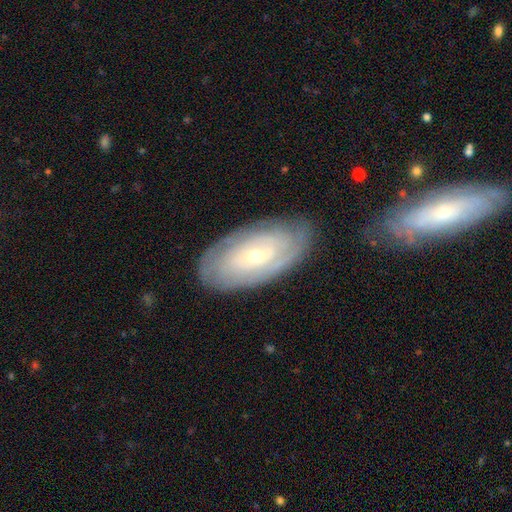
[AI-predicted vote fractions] smooth_or_featured: featured or disk (p=0.72) [alt: smooth p=0.21]
disk_edge_on: no (p=0.92) [alt: yes p=0.08]
bar: no (p=0.72) [alt: weak p=0.21]
has_spiral_arms: yes (p=0.80) [alt: no p=0.20]
spiral_winding: tight (p=0.79) [alt: medium p=0.16]
spiral_arm_count: can't tell (p=0.60) [alt: 2 p=0.17]
bulge_size: small (p=0.69) [alt: moderate p=0.28]
merging: none (p=0.80) [alt: minor disturbance p=0.15]